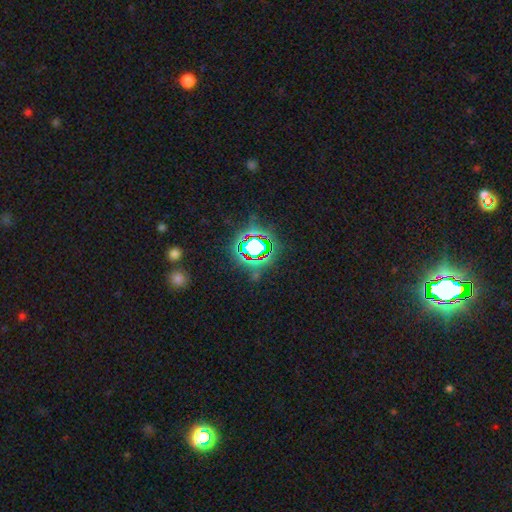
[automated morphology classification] The model was most divided on "smooth or featured": star or artifact: 81%, smooth: 11%, featured or disk: 8%.